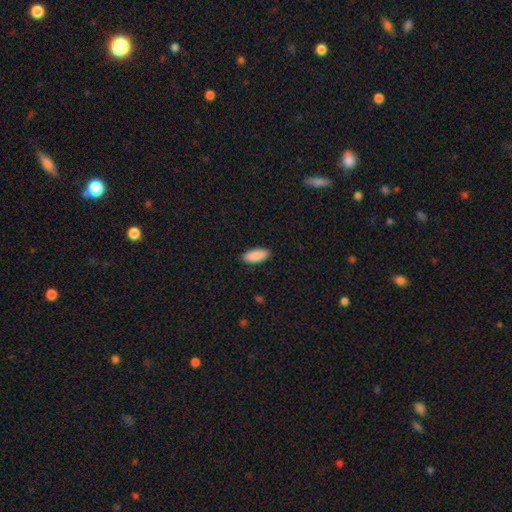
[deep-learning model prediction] Q: Smooth or featured?
A: smooth (91%); runner-up: star or artifact (6%)
Q: How rounded?
A: in between (83%); runner-up: cigar-shaped (15%)
Q: Merging?
A: none (90%); runner-up: minor disturbance (8%)